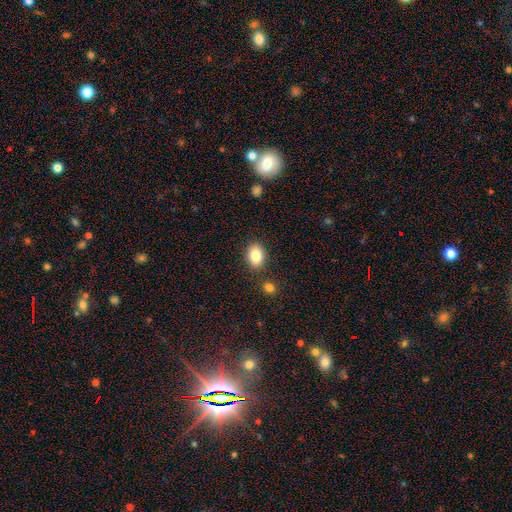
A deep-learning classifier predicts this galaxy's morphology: Overall: smooth (84%). How rounded: in between (76%). Merging: none (83%).